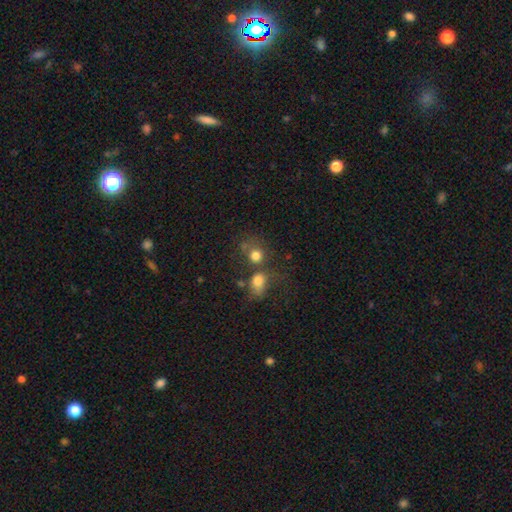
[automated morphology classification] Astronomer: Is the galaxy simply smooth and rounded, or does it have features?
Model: smooth — 75%.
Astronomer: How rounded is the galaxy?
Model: round — 74%.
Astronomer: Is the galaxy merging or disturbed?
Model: merger — 40% (runner-up: none, 39%).